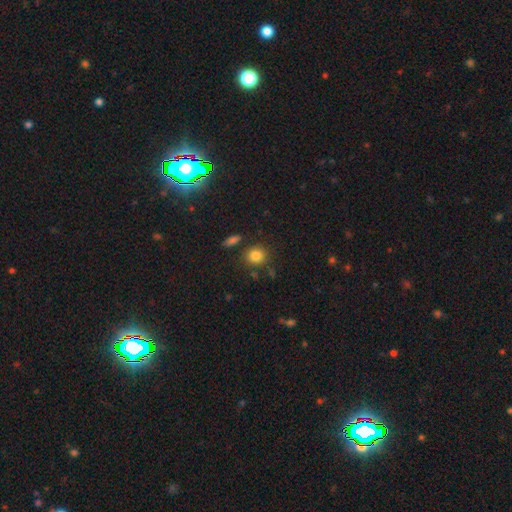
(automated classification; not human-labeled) Smooth or featured?
  - smooth: 83% *
  - star or artifact: 11%
  - featured or disk: 6%
How rounded?
  - round: 76% *
  - in between: 23%
  - cigar-shaped: 1%
Merging?
  - none: 80% *
  - minor disturbance: 11%
  - merger: 6%
  - major disturbance: 3%